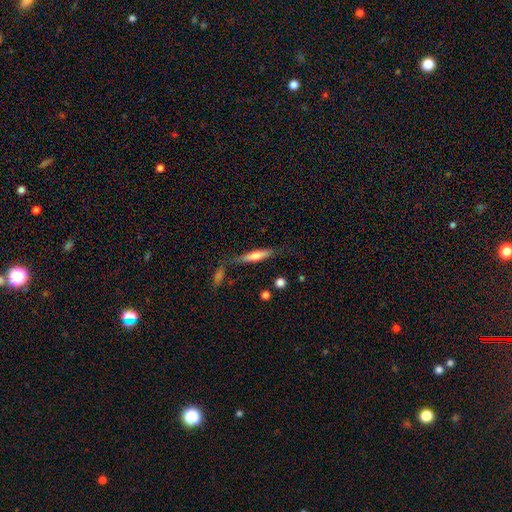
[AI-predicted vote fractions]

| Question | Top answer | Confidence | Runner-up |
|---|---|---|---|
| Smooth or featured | smooth | 59% | featured or disk (35%) |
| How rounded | cigar-shaped | 84% | in between (15%) |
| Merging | none | 69% | minor disturbance (17%) |